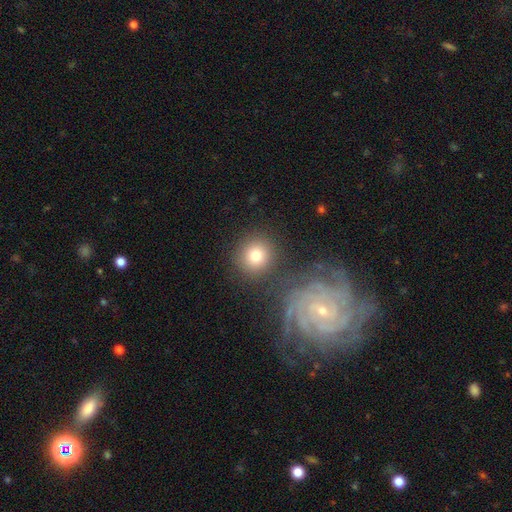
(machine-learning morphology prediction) The model was most divided on "smooth or featured": smooth: 79%, featured or disk: 11%, star or artifact: 10%. More confident: how rounded — round (91%); merging — none (82%).